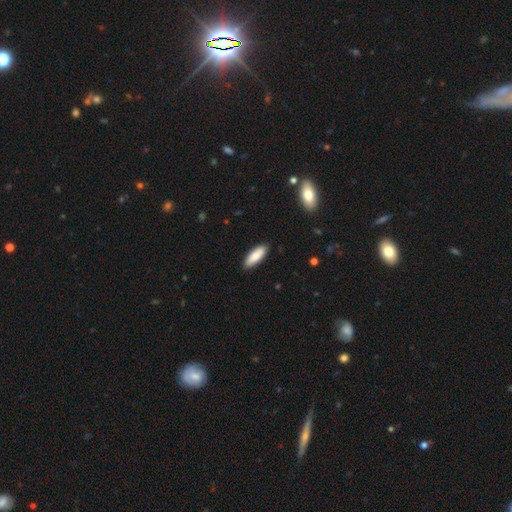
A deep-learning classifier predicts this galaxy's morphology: smooth-or-featured: smooth: 82% | featured or disk: 12% | star or artifact: 6%
  how-rounded: in between: 61% | cigar-shaped: 38% | round: 2%
  merging: none: 88% | minor disturbance: 9% | major disturbance: 2% | merger: 1%